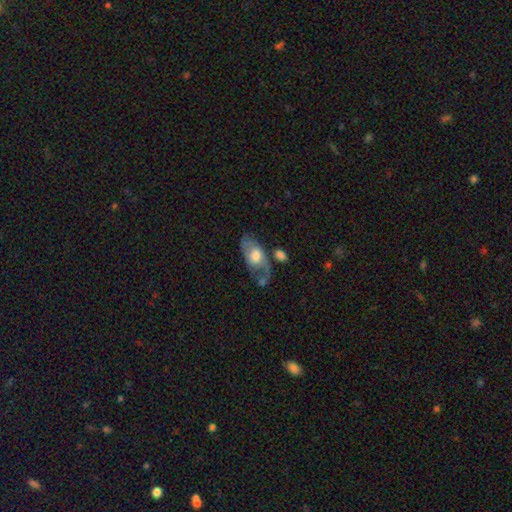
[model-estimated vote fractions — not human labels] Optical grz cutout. It shows a featured or disk galaxy (56%). Merging: none (43%).